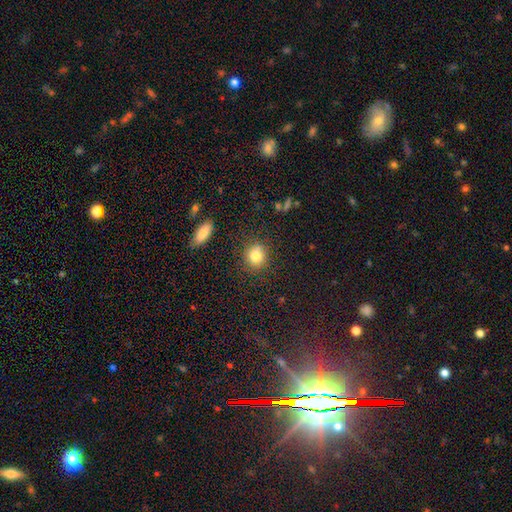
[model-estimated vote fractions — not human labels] A smooth galaxy with no disk features (82%) that is round (74%).

Vote fractions:
- Smooth or featured? smooth: 82% / star or artifact: 10% / featured or disk: 7%
- How rounded? round: 74% / in between: 24% / cigar-shaped: 1%
- Merging? none: 82% / minor disturbance: 12% / merger: 4% / major disturbance: 3%